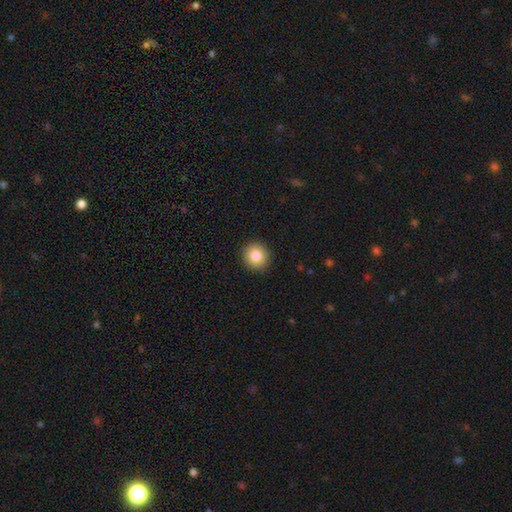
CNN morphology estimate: Overall: smooth (83%). How rounded: round (93%). Merging: none (92%).